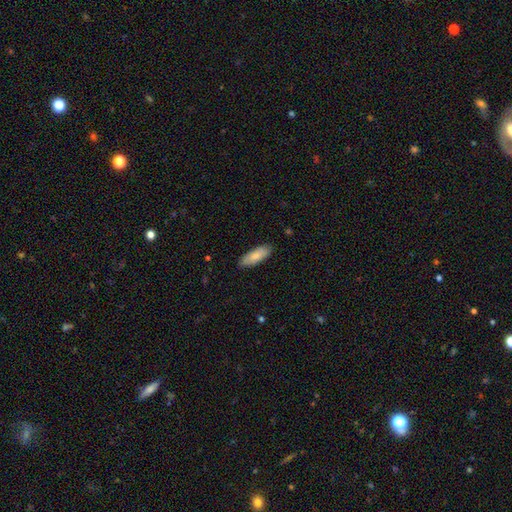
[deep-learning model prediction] The model was most divided on "how rounded": in between: 67%, cigar-shaped: 31%, round: 2%. More confident: merging — none (87%); smooth or featured — smooth (83%).